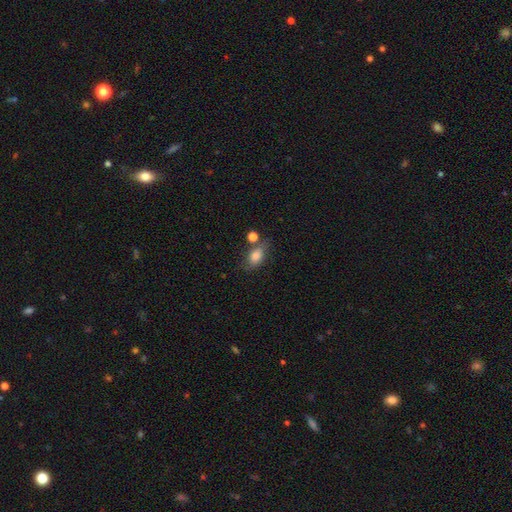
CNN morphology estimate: A smooth galaxy with no disk features (79%) that is in between round and cigar-shaped (81%). Merging: none (59%).